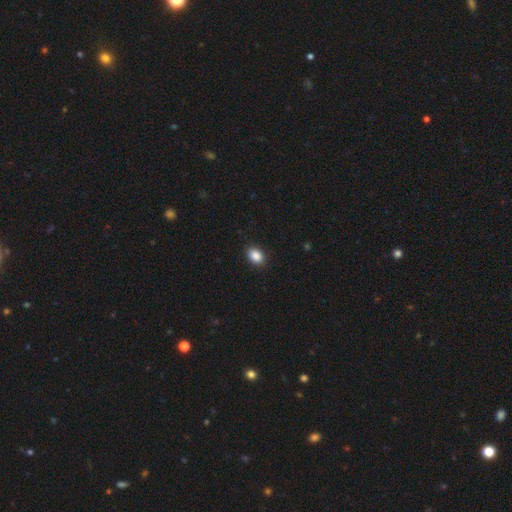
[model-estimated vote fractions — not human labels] This is clearly a smooth galaxy (88%). How rounded: likely in between (73%). Merging: clearly none (90%).